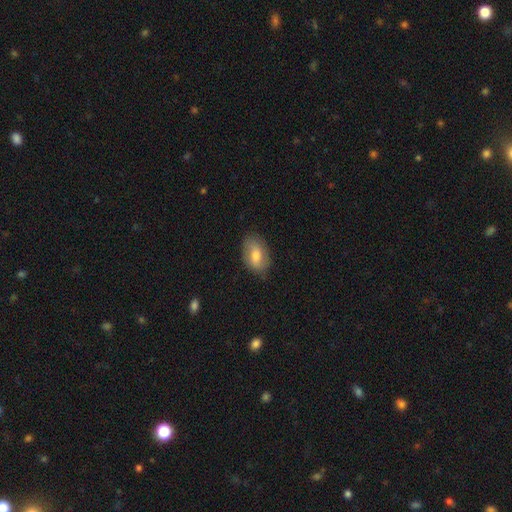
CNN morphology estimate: Smooth or featured? smooth (60%)
How rounded? in between (86%)
Merging? none (79%)